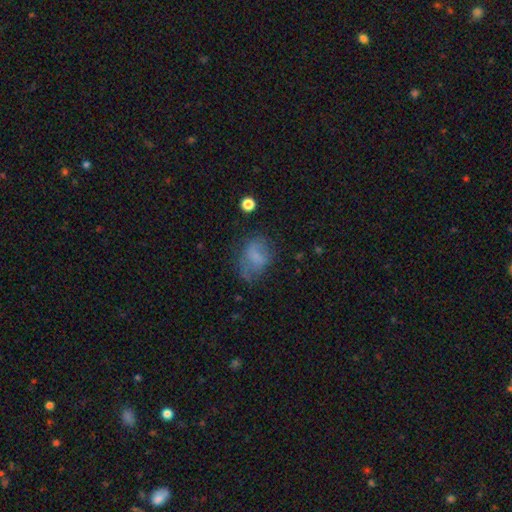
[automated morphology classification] Smooth or featured: smooth — 60% (featured or disk — 28%)
How rounded: in between — 72% (round — 27%)
Merging: none — 50% (minor disturbance — 27%)